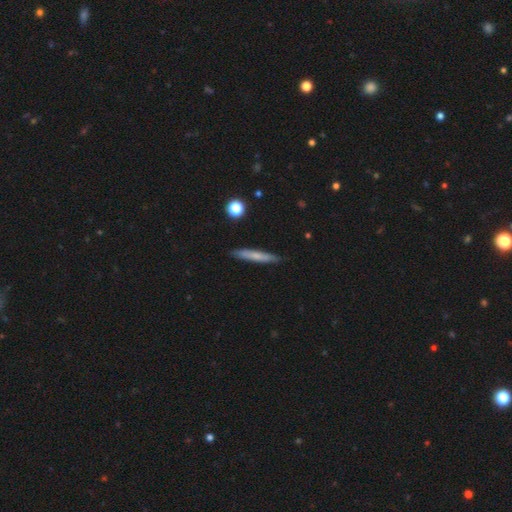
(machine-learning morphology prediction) Q: Smooth or featured?
A: smooth (60%); runner-up: featured or disk (33%)
Q: How rounded?
A: cigar-shaped (94%); runner-up: in between (4%)
Q: Merging?
A: none (88%); runner-up: minor disturbance (9%)